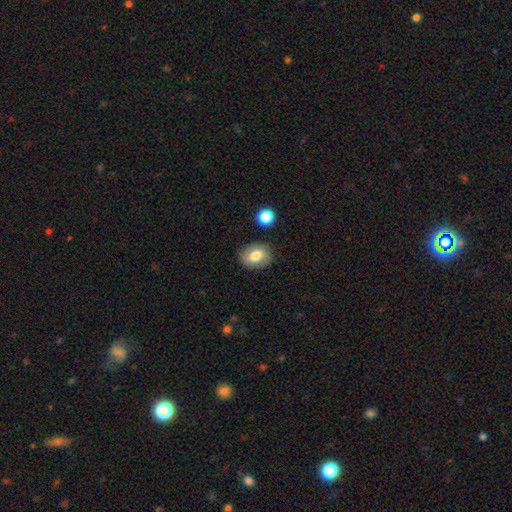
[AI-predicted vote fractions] Q: Smooth or featured?
A: smooth (76%); runner-up: featured or disk (16%)
Q: How rounded?
A: in between (65%); runner-up: round (34%)
Q: Merging?
A: none (83%); runner-up: minor disturbance (11%)